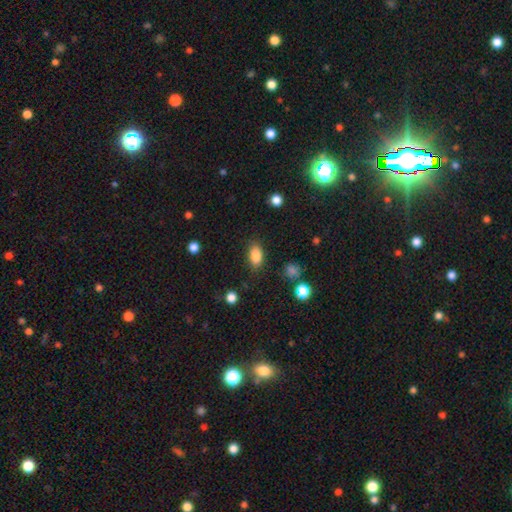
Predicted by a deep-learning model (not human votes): Morphology: type=smooth (85%); roundness=in between (88%); merging=none (84%).